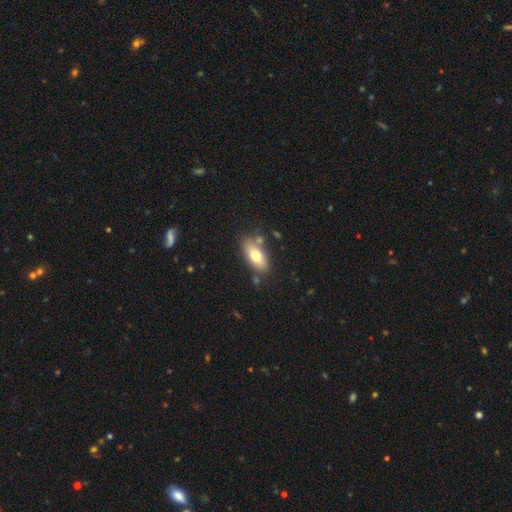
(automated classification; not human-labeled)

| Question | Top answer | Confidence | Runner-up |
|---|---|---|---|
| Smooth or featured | smooth | 71% | featured or disk (22%) |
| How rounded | in between | 86% | cigar-shaped (10%) |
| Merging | none | 74% | minor disturbance (14%) |